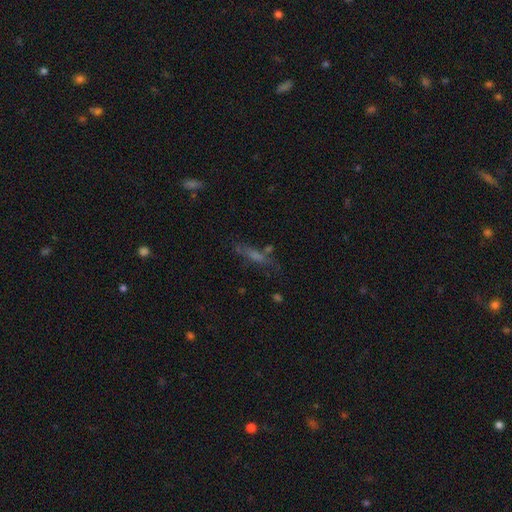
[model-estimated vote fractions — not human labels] smooth 42%, featured or disk 35%, star or artifact 23%. Down the decision tree: merging — none (61%).